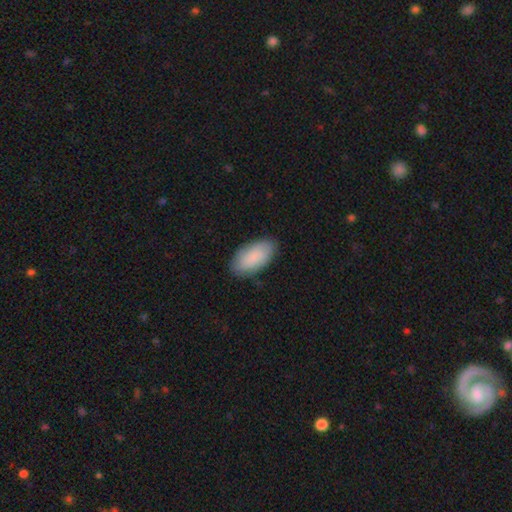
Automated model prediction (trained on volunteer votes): Smooth or featured?
  - smooth: 83% *
  - featured or disk: 11%
  - star or artifact: 6%
How rounded?
  - in between: 94% *
  - cigar-shaped: 3%
  - round: 2%
Merging?
  - none: 83% *
  - minor disturbance: 13%
  - major disturbance: 3%
  - merger: 1%